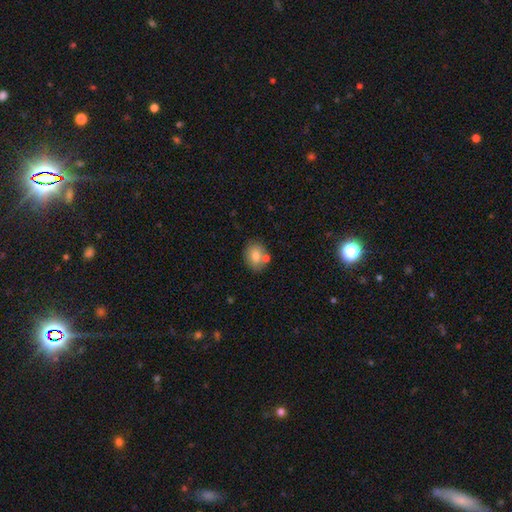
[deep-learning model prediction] The model was most divided on "how rounded": round: 55%, in between: 44%, cigar-shaped: 1%. More confident: smooth or featured — smooth (77%); merging — none (69%).